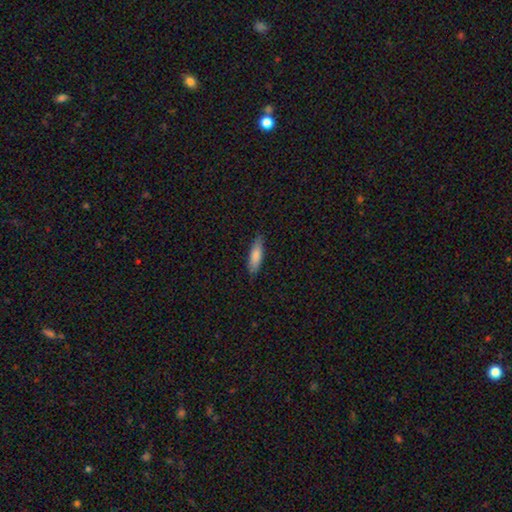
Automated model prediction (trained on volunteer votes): smooth 83%, featured or disk 11%, star or artifact 6%. Down the decision tree: how rounded — cigar-shaped (52%); merging — none (82%).